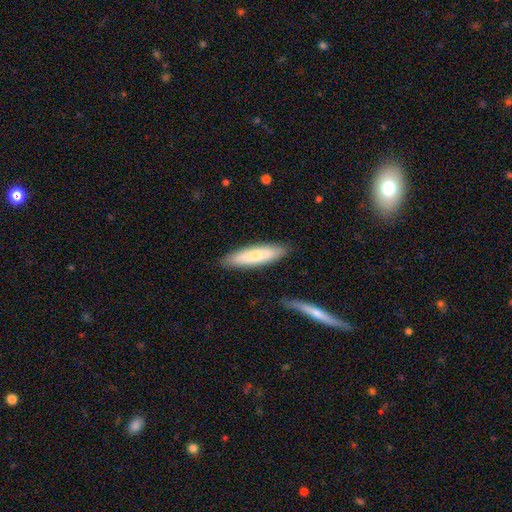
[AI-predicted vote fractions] A smooth galaxy with no disk features (72%) that is cigar-shaped (73%). Merging: none (86%).